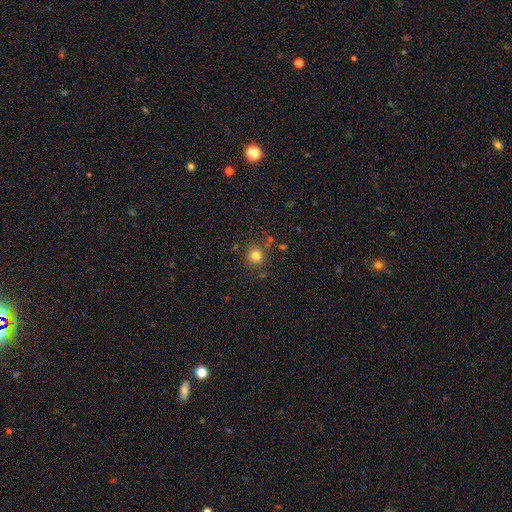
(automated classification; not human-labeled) smooth-or-featured: smooth: 79% | star or artifact: 14% | featured or disk: 7%
  how-rounded: round: 92% | in between: 7% | cigar-shaped: 1%
  merging: none: 82% | minor disturbance: 9% | merger: 6% | major disturbance: 3%